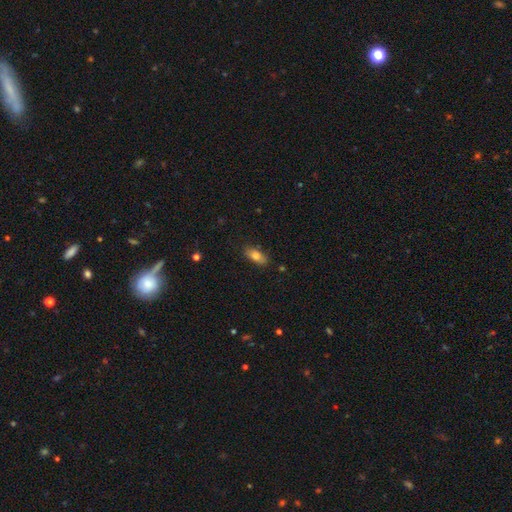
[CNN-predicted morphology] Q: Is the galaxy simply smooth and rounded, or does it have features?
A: smooth — 81%.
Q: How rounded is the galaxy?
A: in between — 85%.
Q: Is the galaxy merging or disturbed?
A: none — 82%.